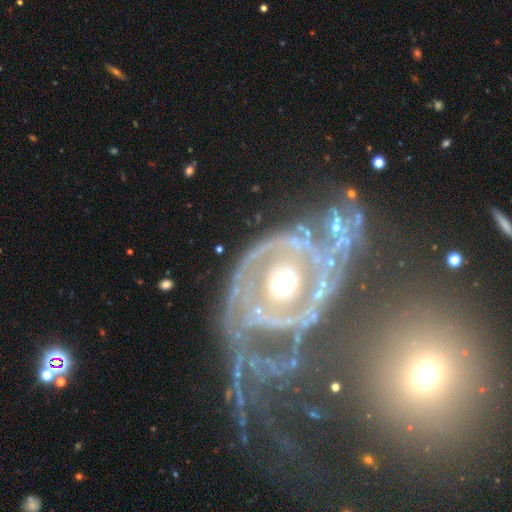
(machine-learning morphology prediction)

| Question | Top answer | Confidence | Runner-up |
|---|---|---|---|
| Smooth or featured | featured or disk | 88% | smooth (7%) |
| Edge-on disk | no | 97% | yes (3%) |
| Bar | no | 71% | weak (18%) |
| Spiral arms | yes | 85% | no (15%) |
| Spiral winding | tight | 57% | medium (27%) |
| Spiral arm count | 2 | 35% | can't tell (24%) |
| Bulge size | moderate | 71% | large (13%) |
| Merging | none | 48% | major disturbance (25%) |